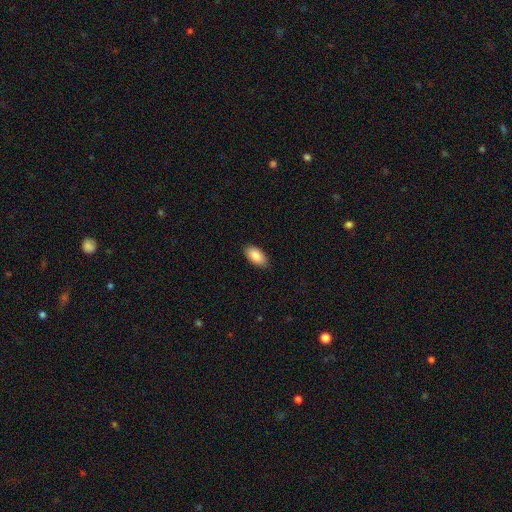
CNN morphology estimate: This is clearly a smooth galaxy (88%). How rounded: clearly in between (94%). Merging: clearly none (88%).